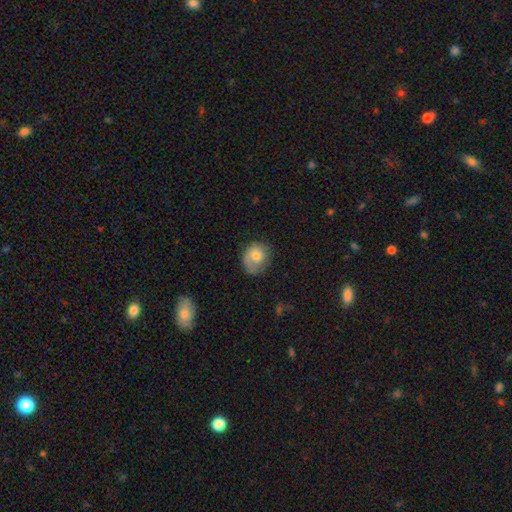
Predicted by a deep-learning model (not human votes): This is likely a smooth galaxy (66%). How rounded: likely round (66%). Merging: possibly none (56%).